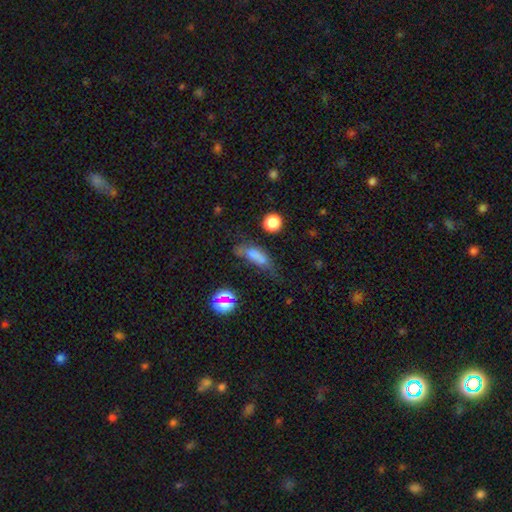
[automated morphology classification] This is likely a smooth galaxy (63%). How rounded: possibly in between (56%). Merging: marginally none (33%).